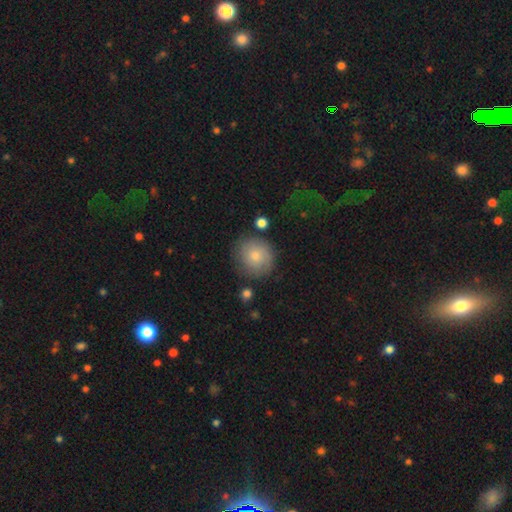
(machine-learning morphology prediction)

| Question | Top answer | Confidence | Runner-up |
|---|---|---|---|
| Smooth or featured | smooth | 77% | featured or disk (16%) |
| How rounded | round | 90% | in between (9%) |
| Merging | none | 77% | minor disturbance (15%) |